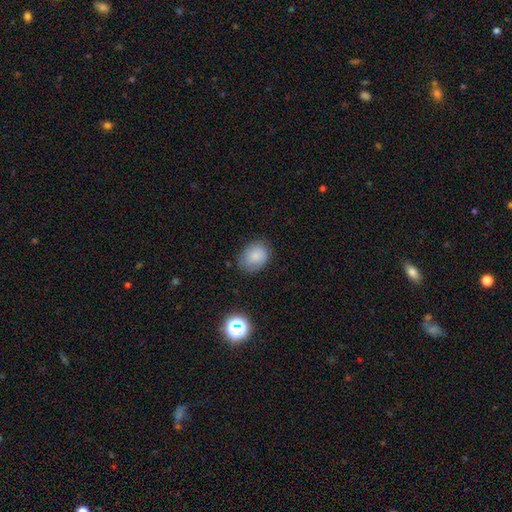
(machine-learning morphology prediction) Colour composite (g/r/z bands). It shows a smooth galaxy with no disk features (80%) that is in between round and cigar-shaped (56%). Merging: none (74%).